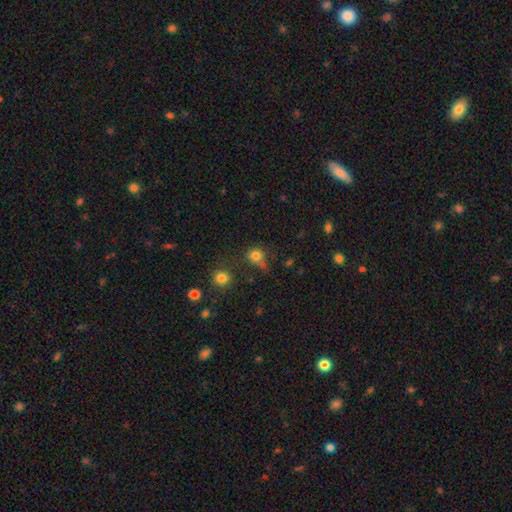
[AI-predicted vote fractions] Overall: smooth (79%). How rounded: round (84%). Merging: none (63%).